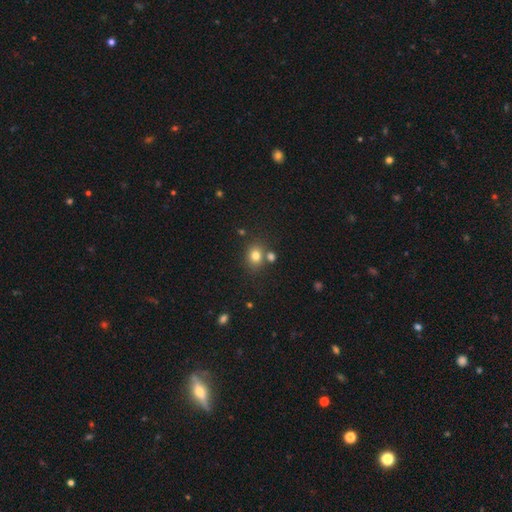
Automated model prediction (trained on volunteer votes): Morphology: type=smooth (78%); roundness=round (63%); merging=none (69%).